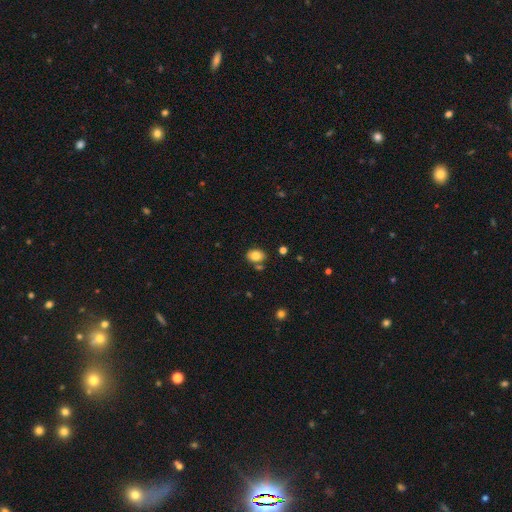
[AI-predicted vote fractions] Q: Smooth or featured?
A: smooth (81%); runner-up: star or artifact (10%)
Q: How rounded?
A: in between (68%); runner-up: round (30%)
Q: Merging?
A: none (74%); runner-up: minor disturbance (13%)